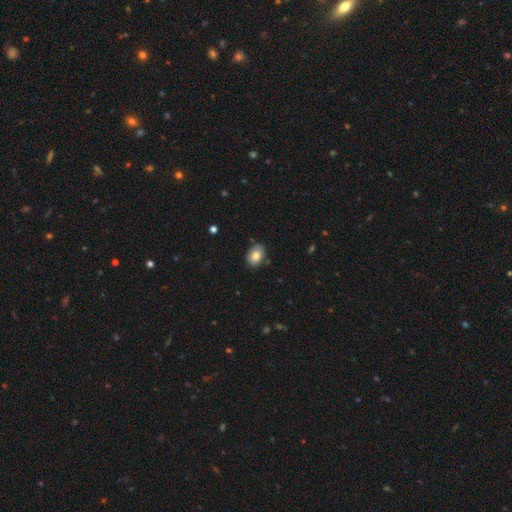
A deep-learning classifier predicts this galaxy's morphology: Overall: smooth (80%). How rounded: in between (72%). Merging: none (82%).